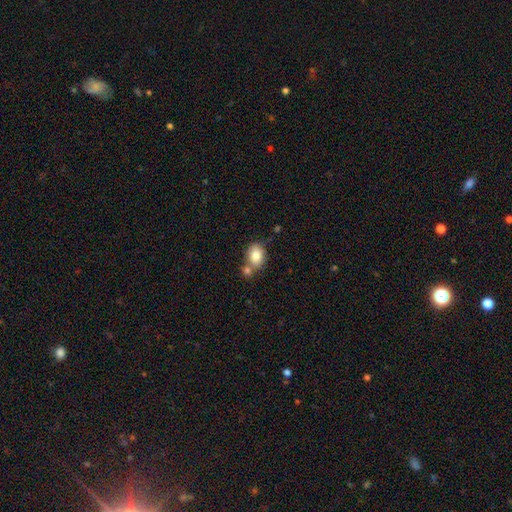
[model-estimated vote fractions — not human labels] A smooth galaxy with no disk features (80%) that is in between round and cigar-shaped (65%). Merging: none (51%).